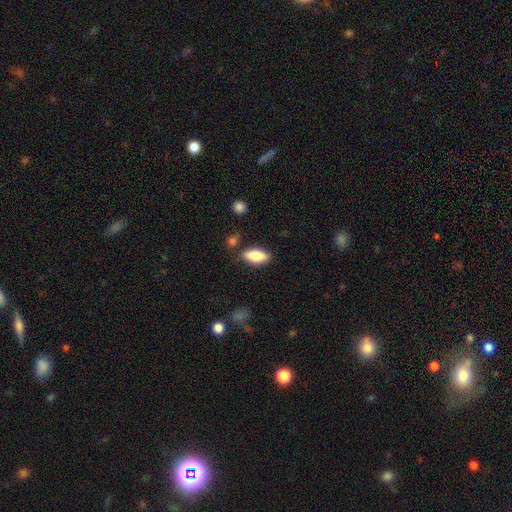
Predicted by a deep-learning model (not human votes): The model was most divided on "smooth or featured": smooth: 78%, featured or disk: 15%, star or artifact: 7%. More confident: how rounded — in between (84%); merging — none (81%).